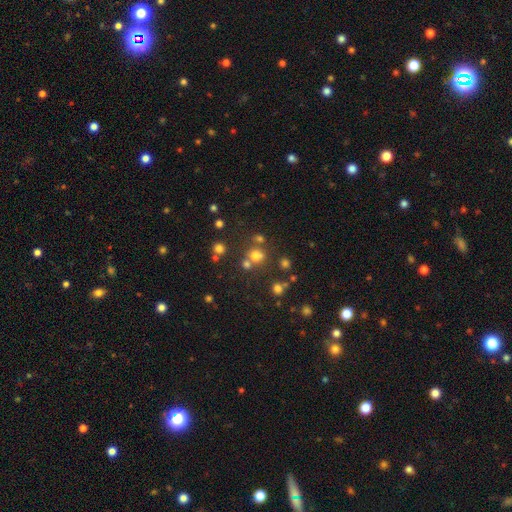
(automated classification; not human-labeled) Overall: smooth (63%; star or artifact 25%). How rounded: round (80%). Merging: none (57%; merger 29%).